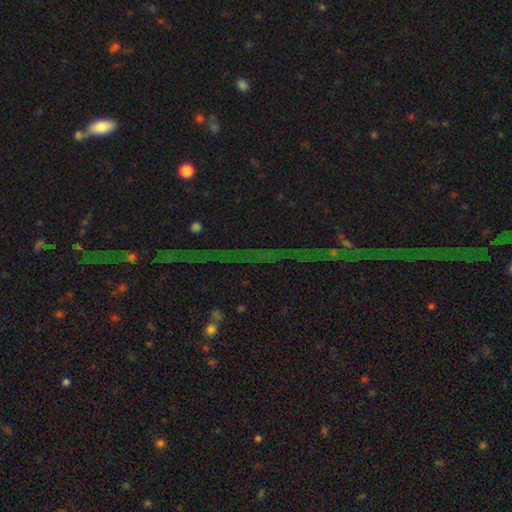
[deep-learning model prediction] Smooth or featured: star or artifact — 83% (featured or disk — 9%)